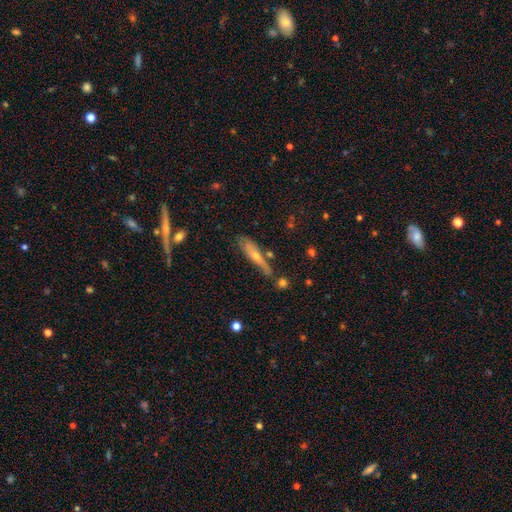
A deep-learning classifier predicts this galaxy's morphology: This is possibly a smooth galaxy (49%). Merging: likely none (62%).